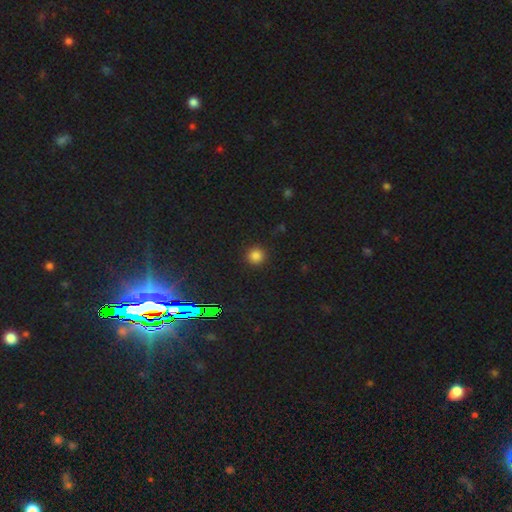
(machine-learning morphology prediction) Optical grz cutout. It shows a smooth galaxy with no disk features (81%) that is round (94%). Merging: none (91%).